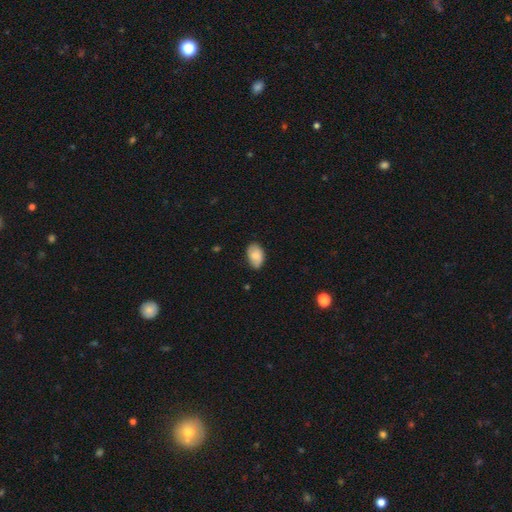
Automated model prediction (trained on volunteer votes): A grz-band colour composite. It shows a smooth galaxy with no disk features (79%) that is in between round and cigar-shaped (91%). Merging: none (74%).